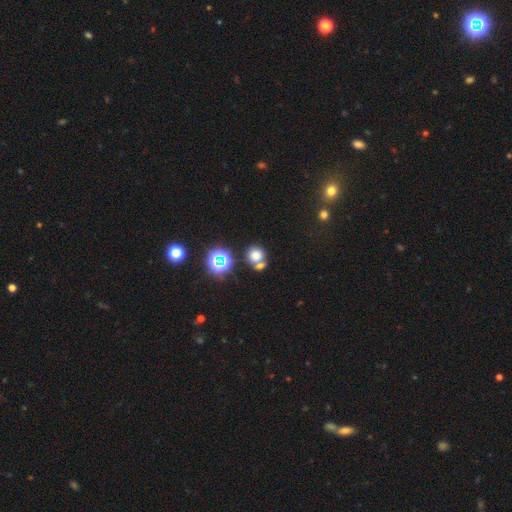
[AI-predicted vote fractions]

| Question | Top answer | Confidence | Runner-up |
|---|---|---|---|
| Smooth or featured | smooth | 70% | star or artifact (21%) |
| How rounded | round | 84% | in between (15%) |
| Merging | none | 52% | merger (34%) |